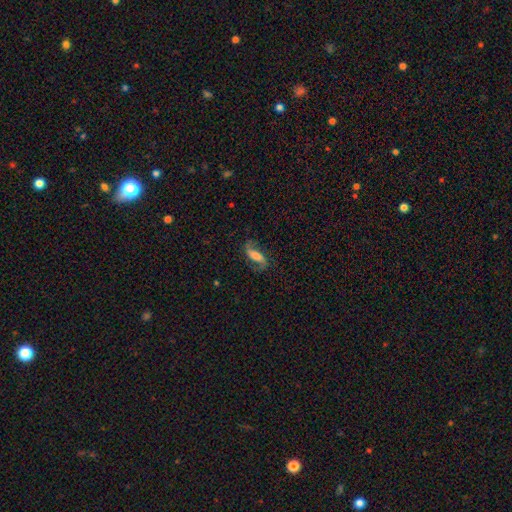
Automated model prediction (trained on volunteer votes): Morphology: type=featured or disk (61%); edge-on=no (89%); bar=strong (34%); spiral arms=yes (91%); bulge=moderate (37%); merging=none (70%).